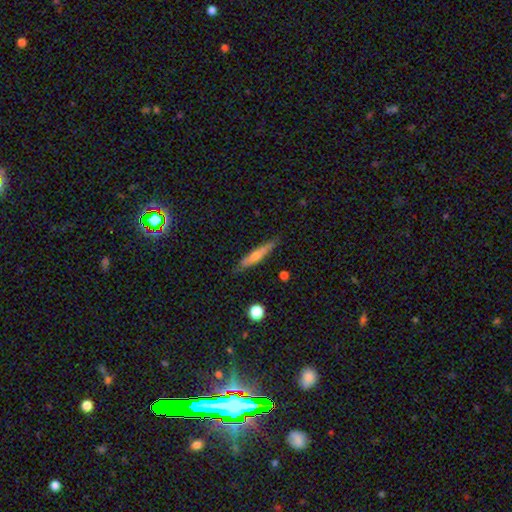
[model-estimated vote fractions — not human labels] A smooth galaxy with no disk features (52%) that is cigar-shaped (89%).

Vote fractions:
- Smooth or featured? smooth: 52% / featured or disk: 41% / star or artifact: 7%
- How rounded? cigar-shaped: 89% / in between: 9% / round: 2%
- Merging? none: 83% / minor disturbance: 13% / major disturbance: 2% / merger: 2%